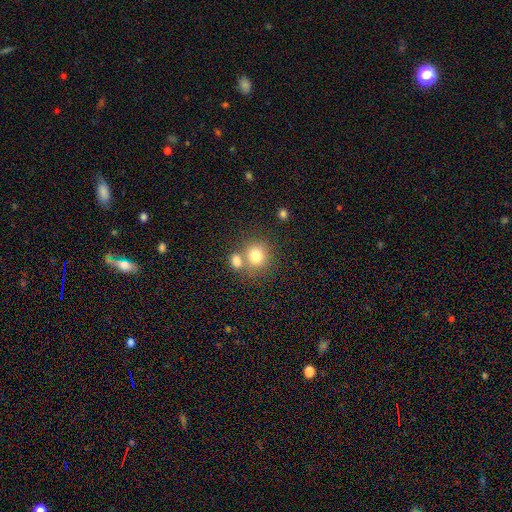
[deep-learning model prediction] Overall: smooth (79%). How rounded: round (80%). Merging: none (51%; merger 36%).